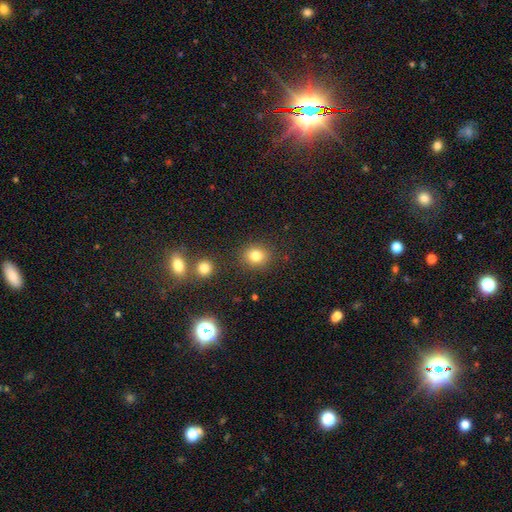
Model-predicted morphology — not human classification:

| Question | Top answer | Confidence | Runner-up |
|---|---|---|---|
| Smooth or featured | smooth | 81% | star or artifact (13%) |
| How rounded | round | 72% | in between (27%) |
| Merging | none | 85% | minor disturbance (9%) |